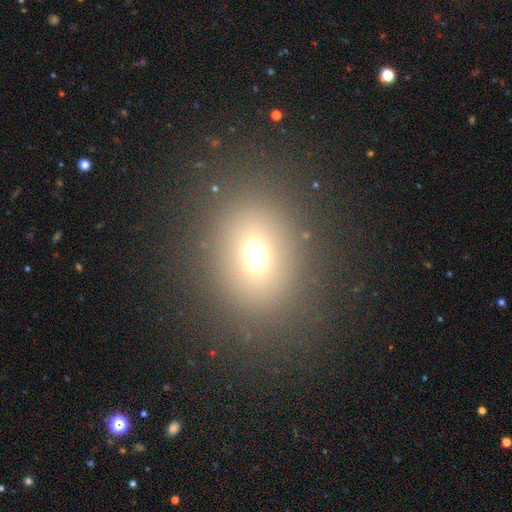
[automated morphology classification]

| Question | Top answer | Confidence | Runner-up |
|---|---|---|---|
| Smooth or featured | smooth | 67% | star or artifact (20%) |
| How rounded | in between | 52% | round (46%) |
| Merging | none | 86% | minor disturbance (8%) |